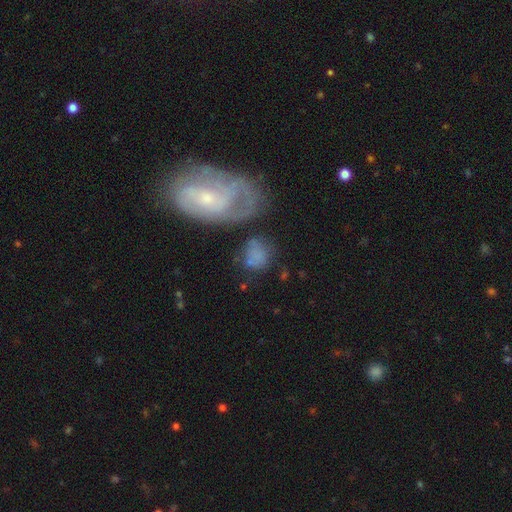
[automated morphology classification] smooth 62%, featured or disk 24%, star or artifact 14%. Down the decision tree: how rounded — round (59%); merging — none (50%).